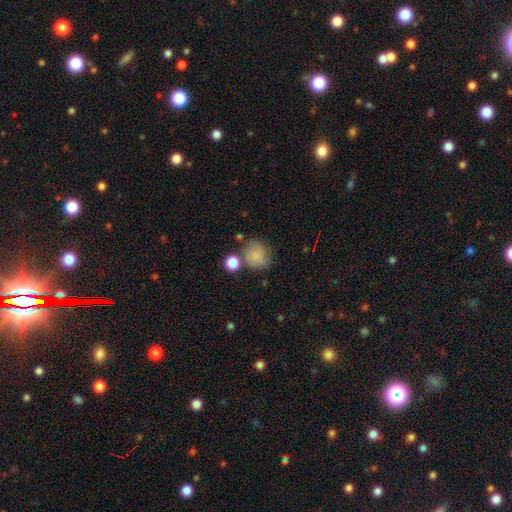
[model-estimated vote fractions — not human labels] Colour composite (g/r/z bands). It shows a smooth galaxy with no disk features (83%) that is round (78%). Merging: none (62%).